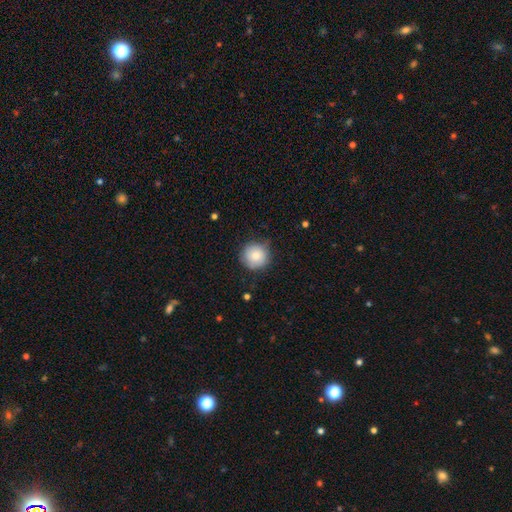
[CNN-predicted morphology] Smooth or featured?
  - smooth: 83% *
  - featured or disk: 10%
  - star or artifact: 8%
How rounded?
  - round: 95% *
  - in between: 5%
  - cigar-shaped: 1%
Merging?
  - none: 77% *
  - minor disturbance: 18%
  - major disturbance: 3%
  - merger: 1%